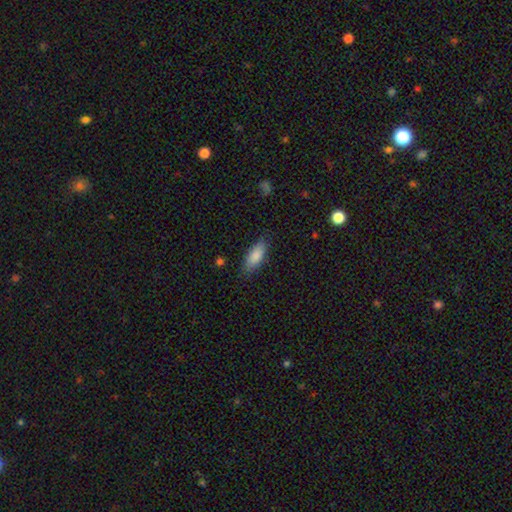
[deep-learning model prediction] This is clearly a smooth galaxy (86%). How rounded: likely in between (75%). Merging: clearly none (81%).